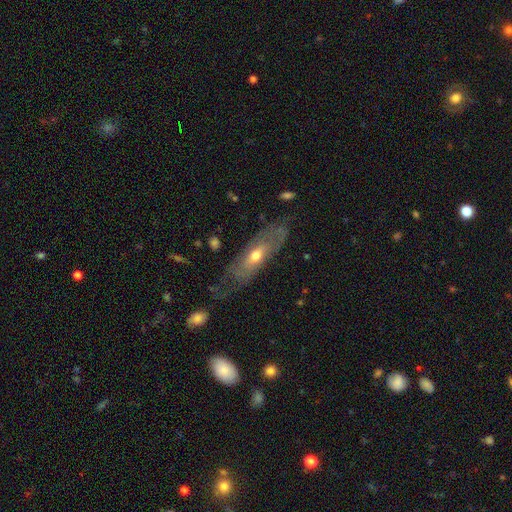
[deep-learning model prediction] A featured or disk galaxy (64%).

Vote fractions:
- Smooth or featured? featured or disk: 64% / smooth: 29% / star or artifact: 6%
- Edge-on disk? no: 71% / yes: 29%
- Merging? none: 64% / minor disturbance: 21% / major disturbance: 13% / merger: 2%